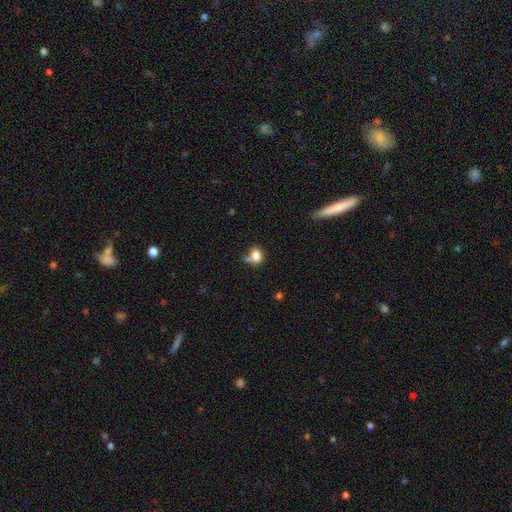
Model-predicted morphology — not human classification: smooth-or-featured: smooth: 80% | star or artifact: 11% | featured or disk: 9%
  how-rounded: in between: 59% | round: 39% | cigar-shaped: 2%
  merging: none: 46% | merger: 25% | minor disturbance: 21% | major disturbance: 9%